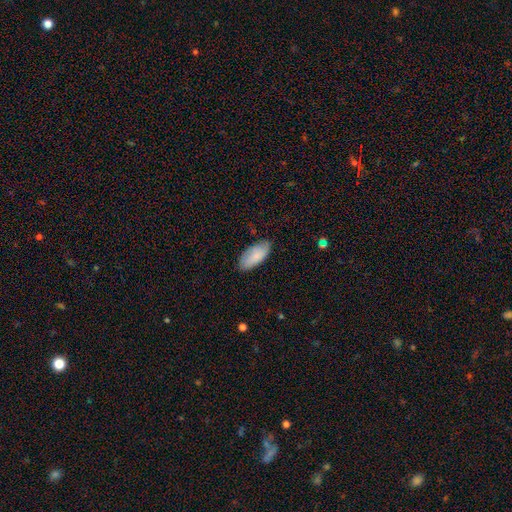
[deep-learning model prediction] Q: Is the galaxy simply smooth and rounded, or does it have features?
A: smooth — 82%.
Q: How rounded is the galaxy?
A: in between — 90%.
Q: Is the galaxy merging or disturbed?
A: none — 80%.